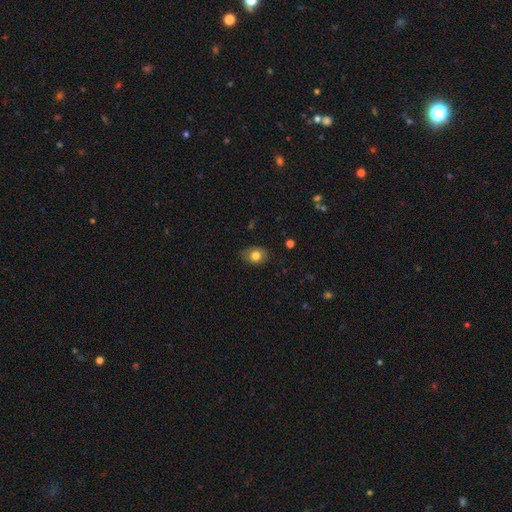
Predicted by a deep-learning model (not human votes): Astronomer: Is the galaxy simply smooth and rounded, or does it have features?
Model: smooth — 77%.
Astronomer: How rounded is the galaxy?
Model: in between — 63%.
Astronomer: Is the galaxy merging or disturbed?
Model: none — 79%.